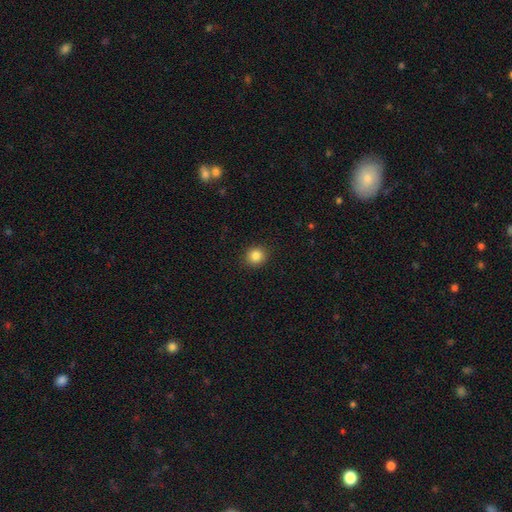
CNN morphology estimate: Smooth or featured?
  - smooth: 85% *
  - star or artifact: 11%
  - featured or disk: 5%
How rounded?
  - round: 87% *
  - in between: 12%
  - cigar-shaped: 1%
Merging?
  - none: 91% *
  - minor disturbance: 6%
  - major disturbance: 2%
  - merger: 1%